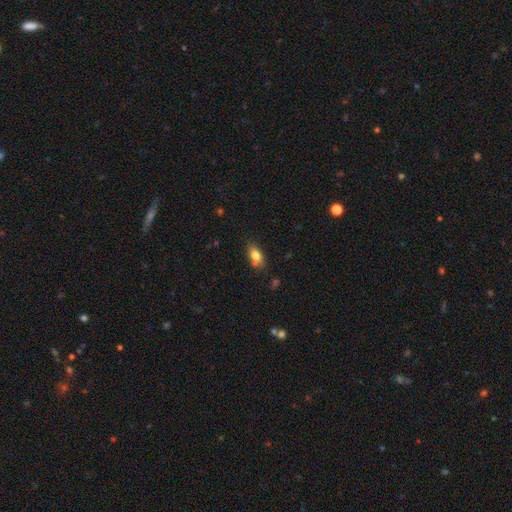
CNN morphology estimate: smooth_or_featured: smooth (p=0.77) [alt: featured or disk p=0.14]
how_rounded: in between (p=0.83) [alt: round p=0.10]
merging: none (p=0.64) [alt: minor disturbance p=0.18]